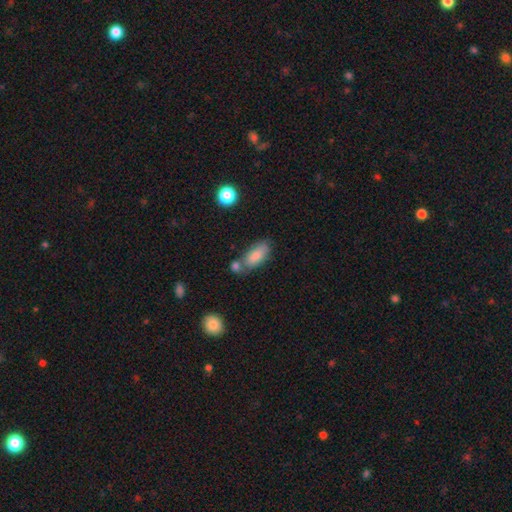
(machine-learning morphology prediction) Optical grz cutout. It shows a smooth galaxy with no disk features (82%) that is in between round and cigar-shaped (84%). Merging: none (50%).